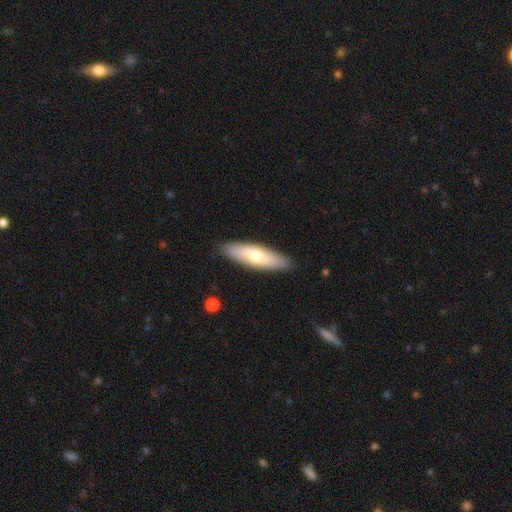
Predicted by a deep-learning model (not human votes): A smooth galaxy with no disk features (63%) that is cigar-shaped (52%). Merging: none (88%).